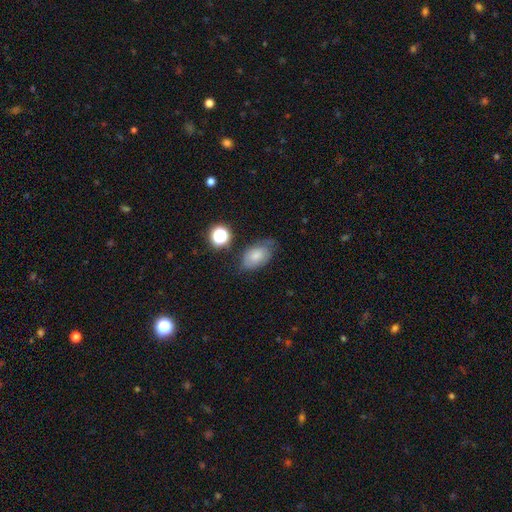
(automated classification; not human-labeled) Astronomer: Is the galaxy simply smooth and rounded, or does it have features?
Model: smooth — 72%.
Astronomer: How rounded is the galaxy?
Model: in between — 87%.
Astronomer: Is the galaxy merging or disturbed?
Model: none — 57%.